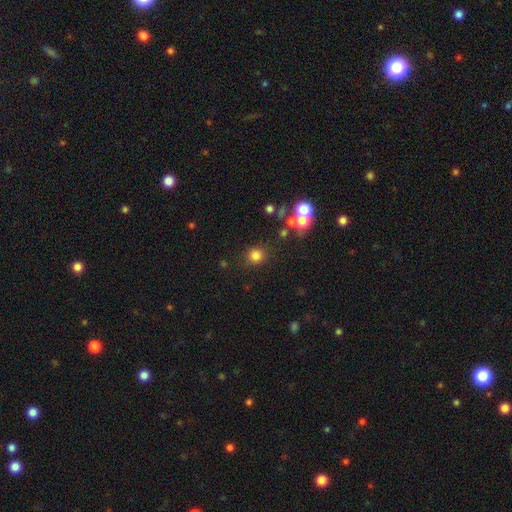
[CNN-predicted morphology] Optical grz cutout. It shows a smooth galaxy with no disk features (79%) that is round (89%). Merging: none (84%).